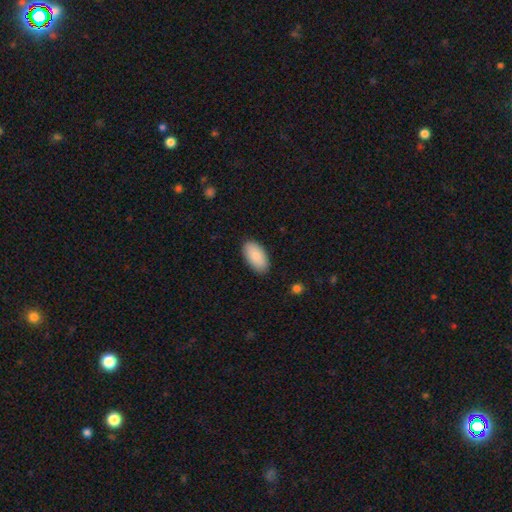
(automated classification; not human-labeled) This appears to be a smooth galaxy with no disk features (88%) that is in between round and cigar-shaped (95%). Merging: none (88%).